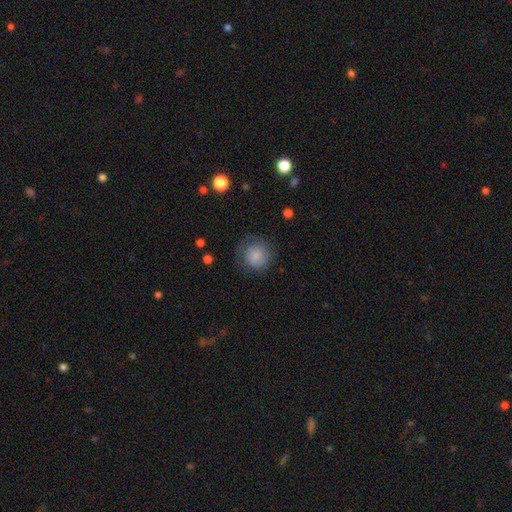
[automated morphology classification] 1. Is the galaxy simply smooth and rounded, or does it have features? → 68% smooth, 24% featured or disk, 8% star or artifact.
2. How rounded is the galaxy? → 90% round, 9% in between, 1% cigar-shaped.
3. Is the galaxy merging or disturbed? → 66% none, 20% minor disturbance, 13% major disturbance, 1% merger.